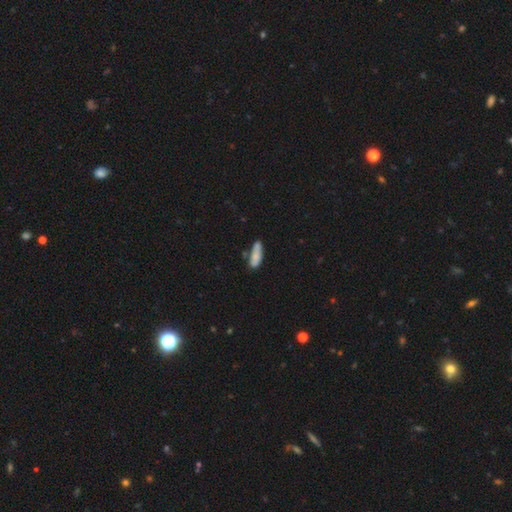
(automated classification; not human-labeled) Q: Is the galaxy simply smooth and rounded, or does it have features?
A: smooth — 80%.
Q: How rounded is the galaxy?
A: in between — 54%.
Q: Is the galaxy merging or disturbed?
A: none — 57%.